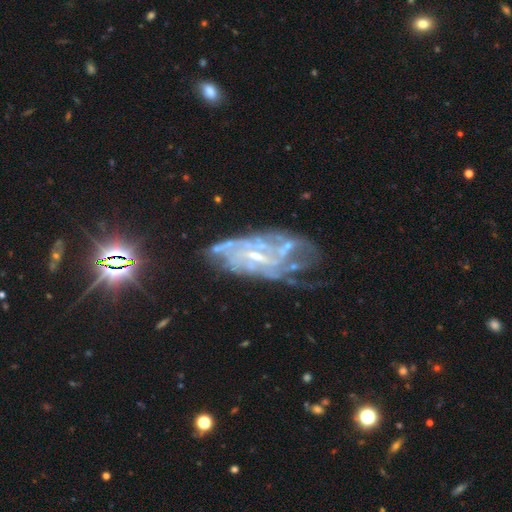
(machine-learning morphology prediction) Smooth or featured? Predicted: featured or disk (p=0.82). Edge-on disk? Predicted: no (p=0.94). Bar? Predicted: no (p=0.43). Spiral arms? Predicted: yes (p=0.85). Spiral winding? Predicted: tight (p=0.49). Spiral arm count? Predicted: can't tell (p=0.46). Bulge size? Predicted: small (p=0.71). Merging? Predicted: none (p=0.46).